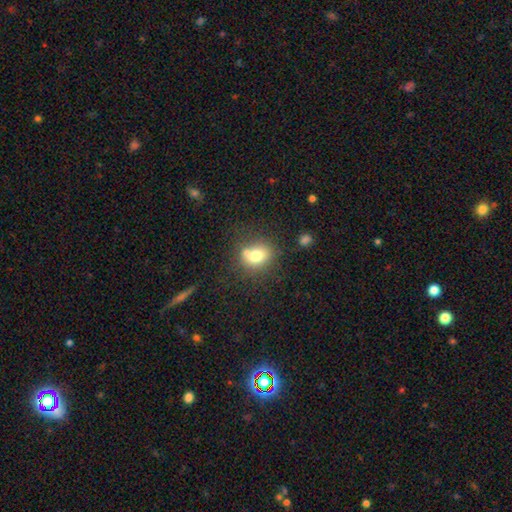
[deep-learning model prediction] Morphology: type=smooth (73%); roundness=round (61%); merging=none (57%).